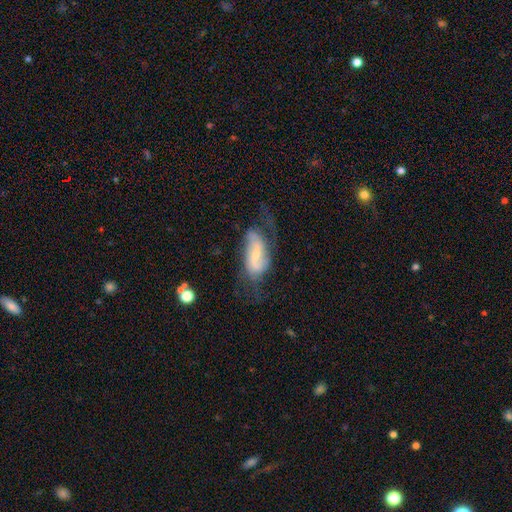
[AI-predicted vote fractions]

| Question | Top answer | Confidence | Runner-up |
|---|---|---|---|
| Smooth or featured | featured or disk | 73% | smooth (20%) |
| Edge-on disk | no | 92% | yes (8%) |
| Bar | weak | 47% | no (27%) |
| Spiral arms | yes | 88% | no (12%) |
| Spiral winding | loose | 40% | tied: medium (40%) |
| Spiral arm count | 2 | 74% | can't tell (15%) |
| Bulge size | small | 59% | moderate (30%) |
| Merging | none | 47% | major disturbance (26%) |